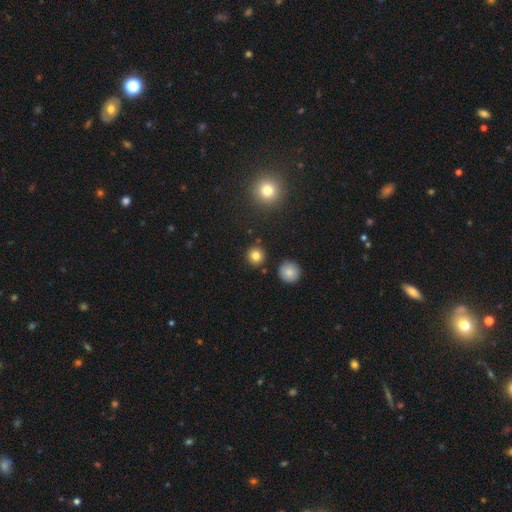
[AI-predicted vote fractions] This appears to be a smooth galaxy with no disk features (82%) that is round (93%). Merging: none (89%).